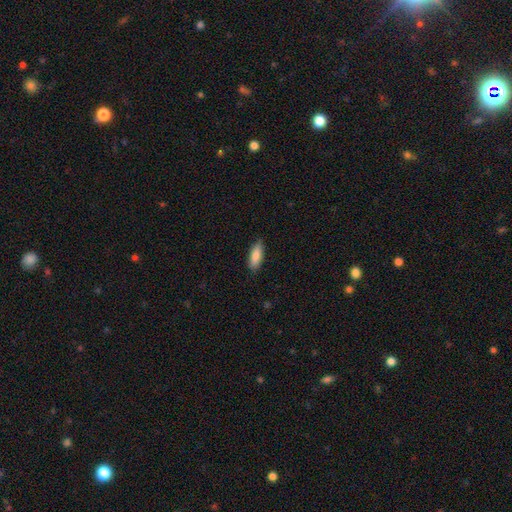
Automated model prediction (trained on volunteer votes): This is clearly a smooth galaxy (84%). How rounded: likely in between (61%). Merging: clearly none (83%).